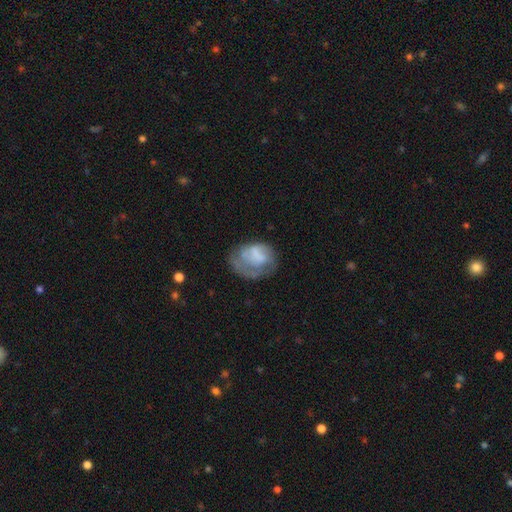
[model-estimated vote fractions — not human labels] A smooth galaxy with no disk features (46%, tied with featured or disk). Merging: none (36%).